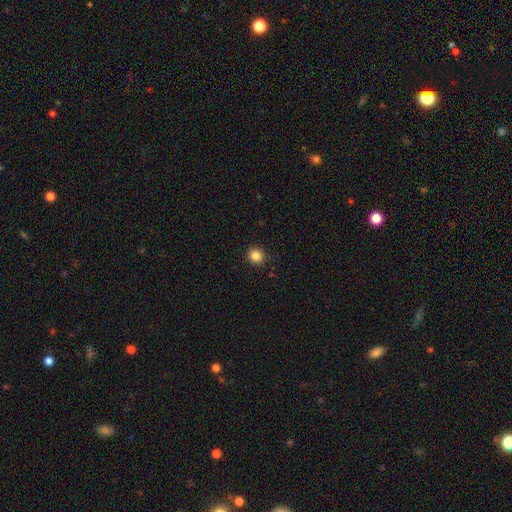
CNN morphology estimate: The model was most divided on "smooth or featured": smooth: 85%, star or artifact: 11%, featured or disk: 4%. More confident: merging — none (90%); how rounded — round (87%).